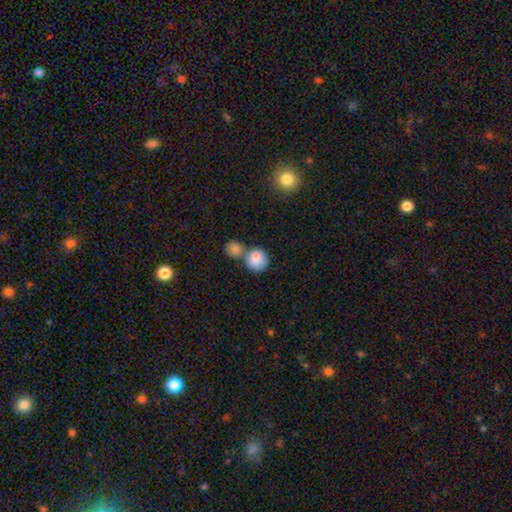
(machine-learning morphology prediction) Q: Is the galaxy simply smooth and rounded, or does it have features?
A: smooth — 86%.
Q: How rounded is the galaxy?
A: round — 86%.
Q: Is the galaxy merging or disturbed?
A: merger — 45%.